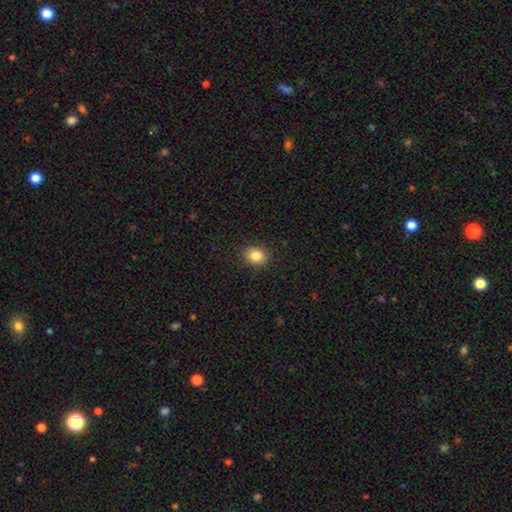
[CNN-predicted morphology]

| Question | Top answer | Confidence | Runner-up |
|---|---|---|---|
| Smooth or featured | smooth | 83% | star or artifact (11%) |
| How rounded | round | 60% | in between (39%) |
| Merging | none | 90% | minor disturbance (7%) |